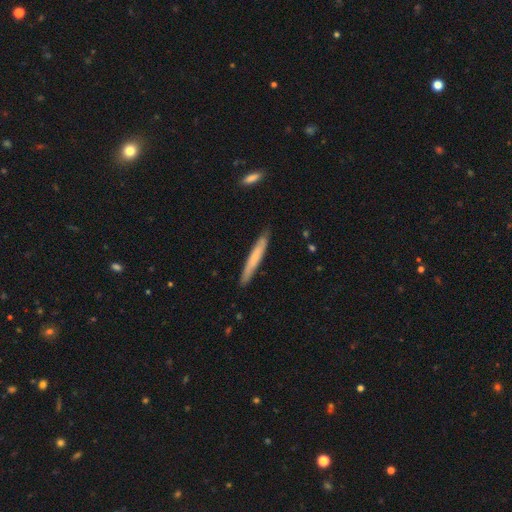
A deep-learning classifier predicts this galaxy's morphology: The model was most divided on "smooth or featured": smooth: 63%, featured or disk: 31%, star or artifact: 5%. More confident: how rounded — cigar-shaped (95%); merging — none (85%).